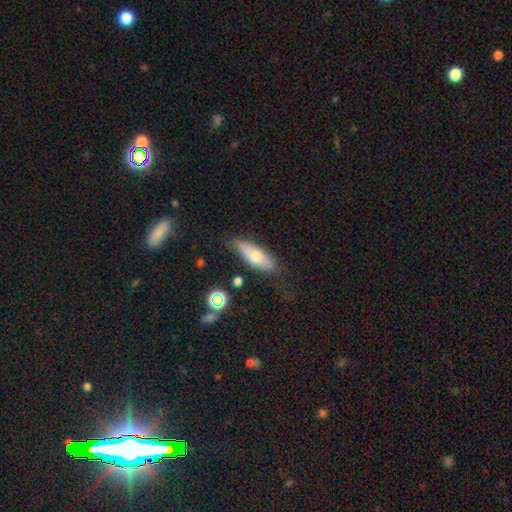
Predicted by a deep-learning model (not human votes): Smooth or featured?
  - smooth: 66% *
  - featured or disk: 27%
  - star or artifact: 7%
How rounded?
  - in between: 66% *
  - cigar-shaped: 32%
  - round: 3%
Merging?
  - none: 66% *
  - minor disturbance: 24%
  - major disturbance: 7%
  - merger: 3%